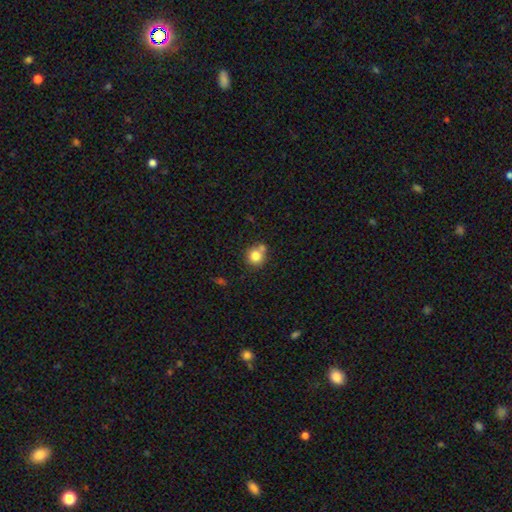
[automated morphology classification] Smooth or featured?
  - smooth: 81% *
  - star or artifact: 10%
  - featured or disk: 9%
How rounded?
  - round: 88% *
  - in between: 11%
  - cigar-shaped: 1%
Merging?
  - none: 61% *
  - merger: 24%
  - minor disturbance: 12%
  - major disturbance: 3%